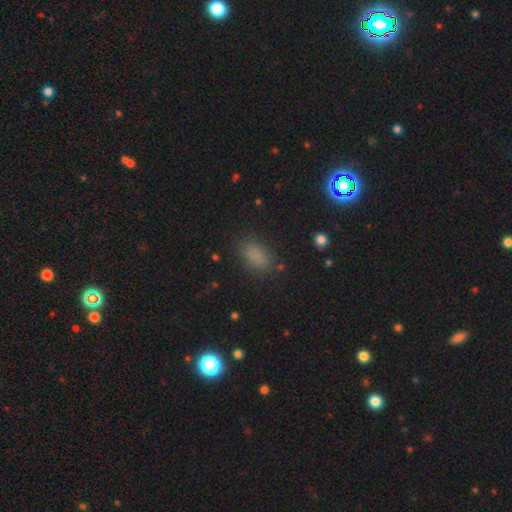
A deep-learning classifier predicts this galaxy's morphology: smooth_or_featured: smooth (p=0.82) [alt: star or artifact p=0.14]
how_rounded: in between (p=0.88) [alt: round p=0.08]
merging: none (p=0.84) [alt: minor disturbance p=0.11]